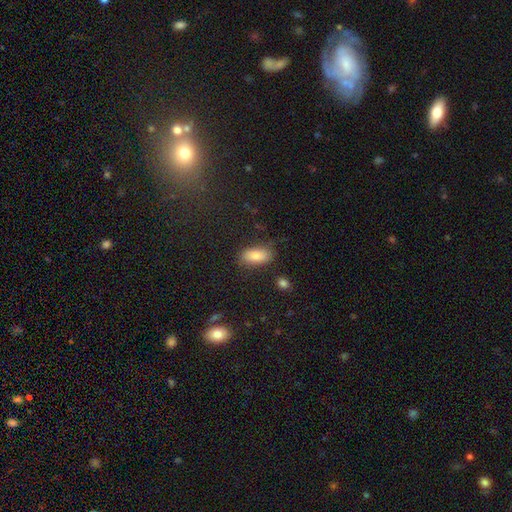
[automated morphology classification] smooth 80%, featured or disk 11%, star or artifact 9%. Down the decision tree: how rounded — in between (89%); merging — none (78%).